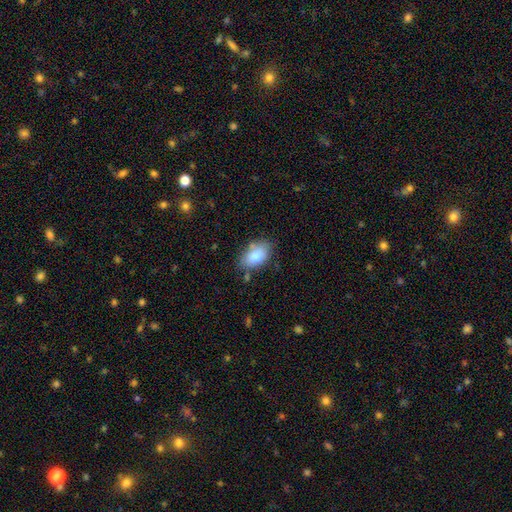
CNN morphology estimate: Overall: smooth (84%). How rounded: in between (92%). Merging: none (71%).